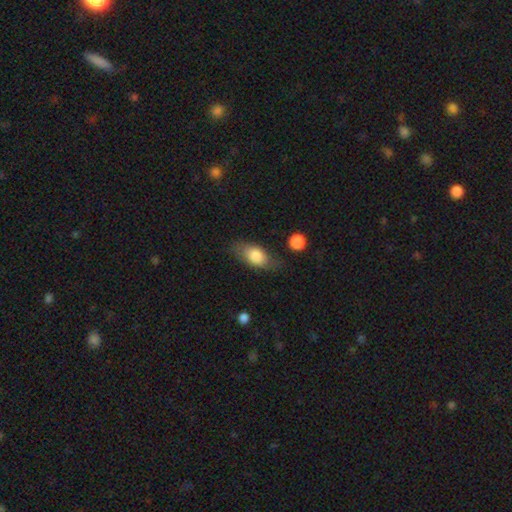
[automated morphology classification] smooth-or-featured: smooth: 76% | featured or disk: 17% | star or artifact: 7%
  how-rounded: in between: 84% | round: 9% | cigar-shaped: 8%
  merging: none: 65% | minor disturbance: 22% | major disturbance: 8% | merger: 4%